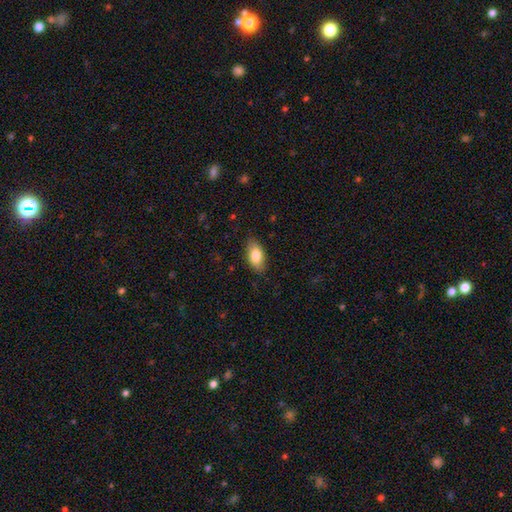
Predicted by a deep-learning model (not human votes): Overall: smooth (83%). How rounded: in between (91%). Merging: none (85%).